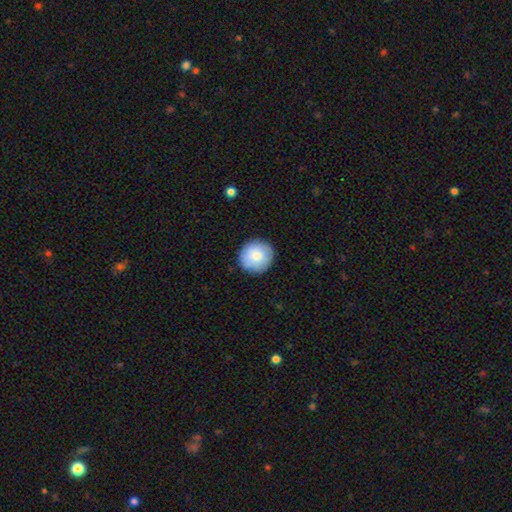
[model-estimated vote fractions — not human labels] Smooth or featured: smooth — 80% (featured or disk — 13%)
How rounded: round — 92% (in between — 7%)
Merging: none — 87% (minor disturbance — 9%)